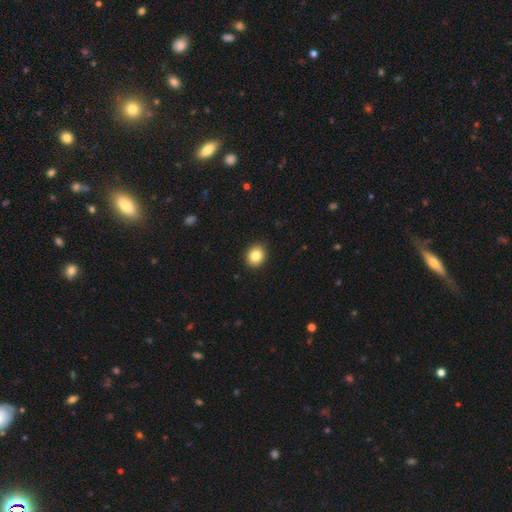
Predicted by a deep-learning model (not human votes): A smooth galaxy with no disk features (84%) that is round (69%).

Vote fractions:
- Smooth or featured? smooth: 84% / star or artifact: 9% / featured or disk: 7%
- How rounded? round: 69% / in between: 30% / cigar-shaped: 1%
- Merging? none: 91% / minor disturbance: 6% / major disturbance: 2% / merger: 1%